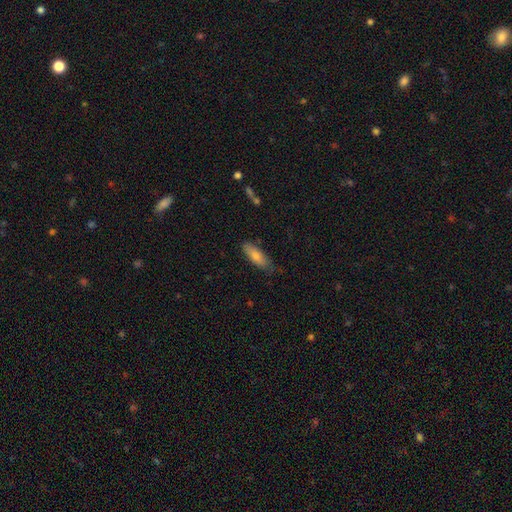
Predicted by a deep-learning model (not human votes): A smooth galaxy with no disk features (80%) that is in between round and cigar-shaped (62%).

Vote fractions:
- Smooth or featured? smooth: 80% / featured or disk: 14% / star or artifact: 6%
- How rounded? in between: 62% / cigar-shaped: 36% / round: 2%
- Merging? none: 72% / minor disturbance: 22% / major disturbance: 4% / merger: 2%